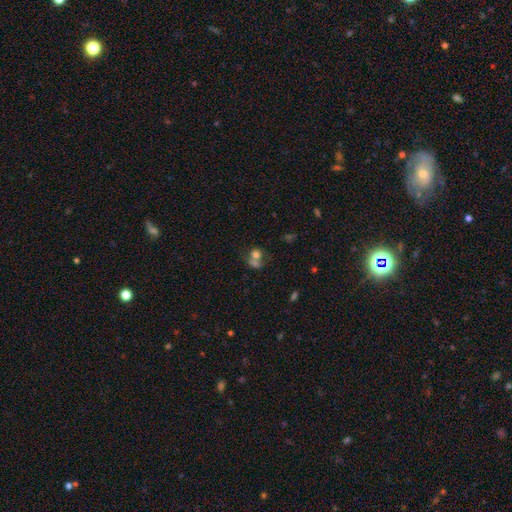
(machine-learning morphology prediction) Smooth or featured: smooth — 68% (featured or disk — 17%)
How rounded: round — 68% (in between — 31%)
Merging: merger — 56% (none — 28%)